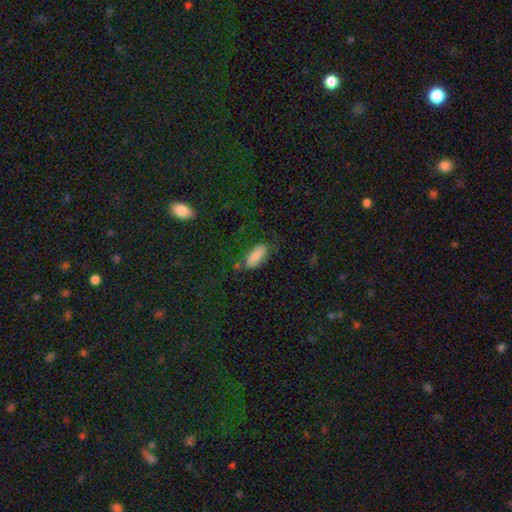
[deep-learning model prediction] smooth_or_featured: smooth (p=0.84) [alt: featured or disk p=0.08]
how_rounded: in between (p=0.79) [alt: cigar-shaped p=0.19]
merging: none (p=0.66) [alt: minor disturbance p=0.22]